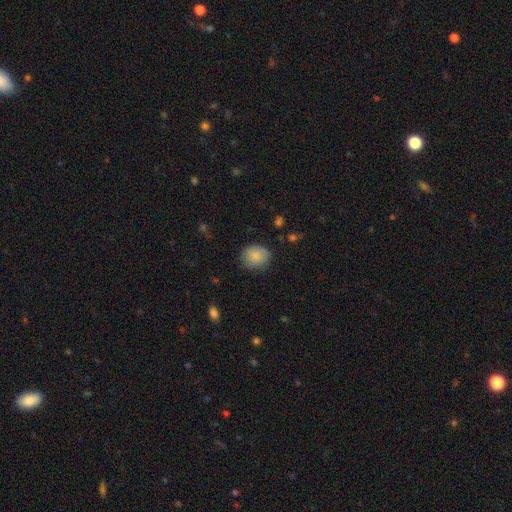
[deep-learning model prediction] Smooth or featured?
  - smooth: 87% *
  - star or artifact: 7%
  - featured or disk: 6%
How rounded?
  - round: 74% *
  - in between: 25%
  - cigar-shaped: 1%
Merging?
  - none: 82% *
  - minor disturbance: 14%
  - major disturbance: 3%
  - merger: 1%